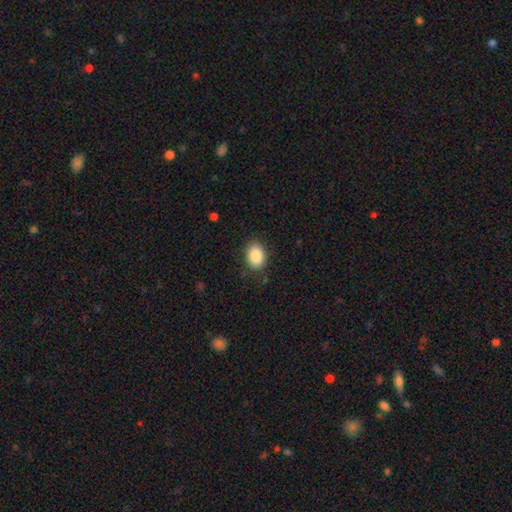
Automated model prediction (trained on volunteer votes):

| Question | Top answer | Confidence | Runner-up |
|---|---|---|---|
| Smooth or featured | smooth | 88% | star or artifact (8%) |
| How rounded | in between | 79% | round (20%) |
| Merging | none | 85% | minor disturbance (11%) |